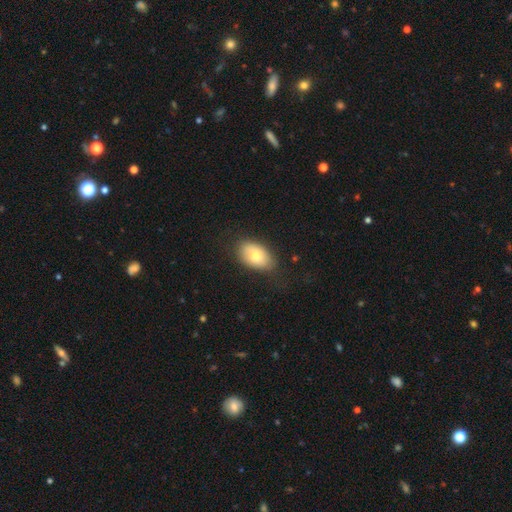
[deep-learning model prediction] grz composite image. It shows a smooth galaxy with no disk features (76%) that is in between round and cigar-shaped (90%). Merging: none (76%).